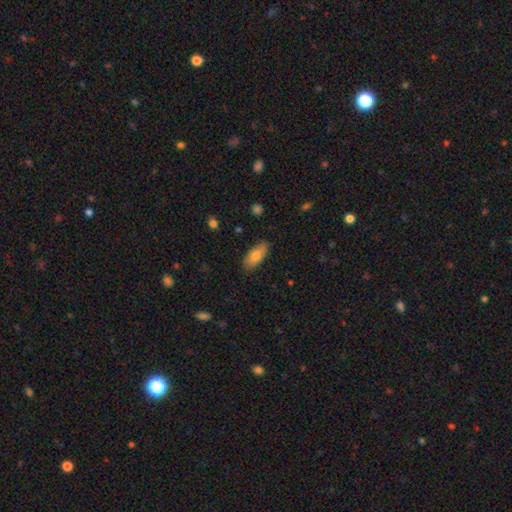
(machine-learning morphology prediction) Q: Smooth or featured?
A: smooth (78%); runner-up: featured or disk (15%)
Q: How rounded?
A: in between (86%); runner-up: cigar-shaped (11%)
Q: Merging?
A: none (85%); runner-up: minor disturbance (12%)